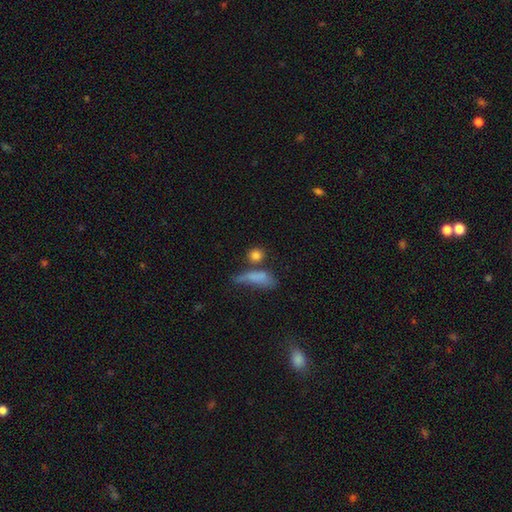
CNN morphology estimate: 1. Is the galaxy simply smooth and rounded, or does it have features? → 81% smooth, 10% star or artifact, 8% featured or disk.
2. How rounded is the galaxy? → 70% round, 21% in between, 9% cigar-shaped.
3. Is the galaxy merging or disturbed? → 61% none, 21% merger, 11% minor disturbance, 6% major disturbance.